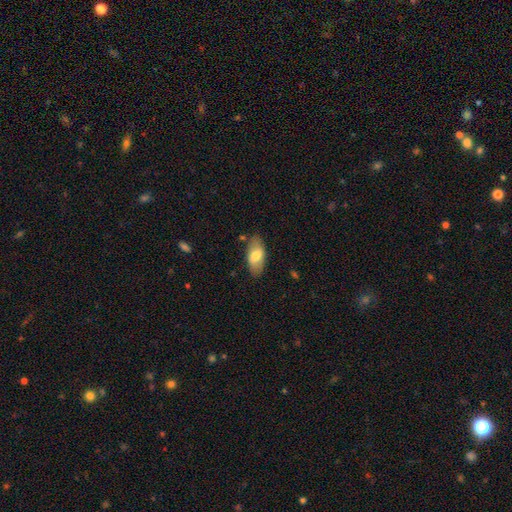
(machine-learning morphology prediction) smooth 68%, featured or disk 26%, star or artifact 6%. Down the decision tree: how rounded — in between (91%); merging — none (82%).